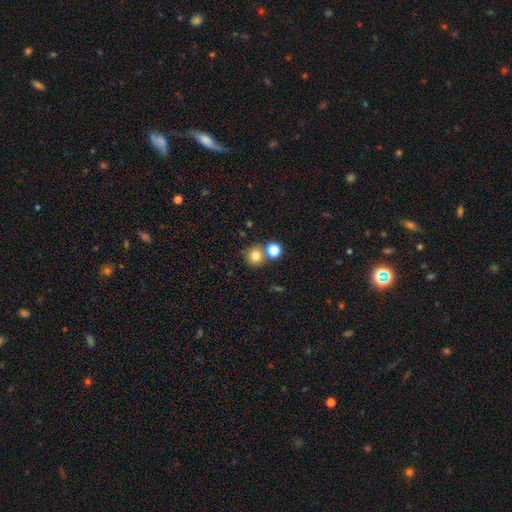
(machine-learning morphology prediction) The model was most divided on "merging": none: 66%, merger: 24%, minor disturbance: 8%, major disturbance: 3%. More confident: how rounded — round (90%); smooth or featured — smooth (78%).